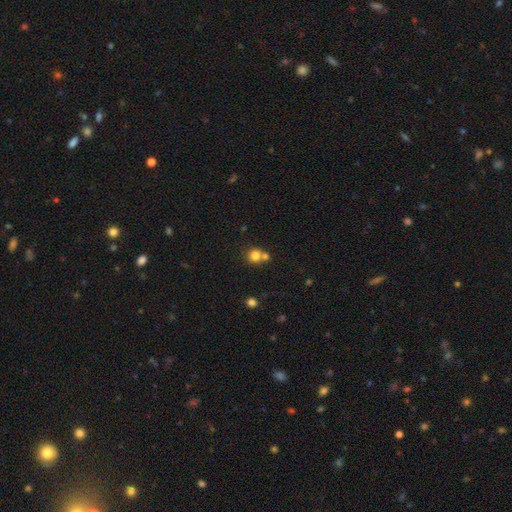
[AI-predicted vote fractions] This appears to be a smooth galaxy with no disk features (79%) that is round (87%). Merging: none (52%).